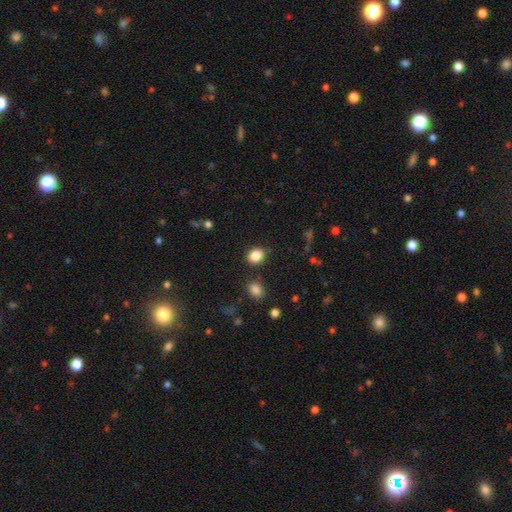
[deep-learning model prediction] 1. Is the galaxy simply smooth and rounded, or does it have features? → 86% smooth, 10% star or artifact, 4% featured or disk.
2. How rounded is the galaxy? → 56% round, 43% in between, 1% cigar-shaped.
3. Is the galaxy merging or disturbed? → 84% none, 10% minor disturbance, 4% merger, 3% major disturbance.